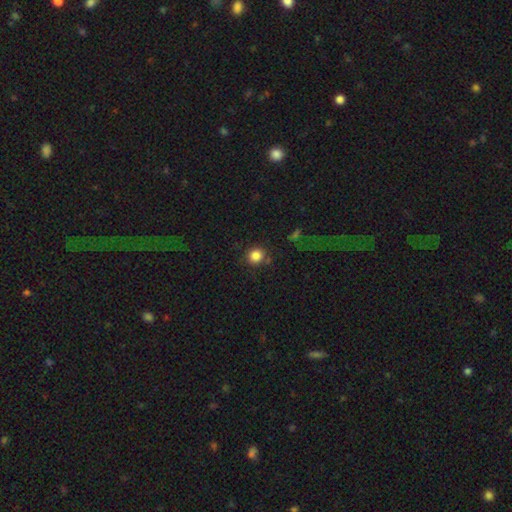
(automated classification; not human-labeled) Overall: smooth (85%). How rounded: round (87%). Merging: none (81%).